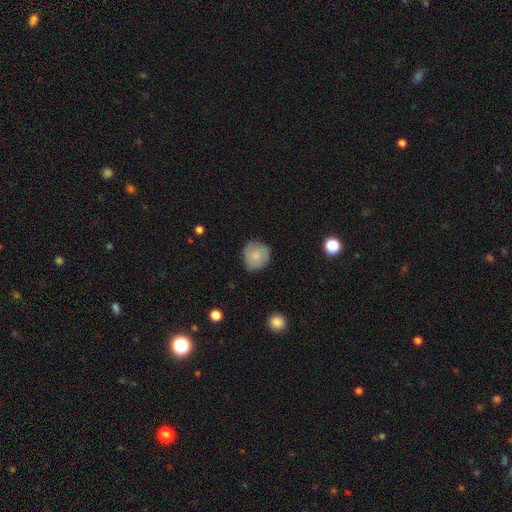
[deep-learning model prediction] This appears to be a smooth galaxy with no disk features (79%) that is round (87%). Merging: none (74%).